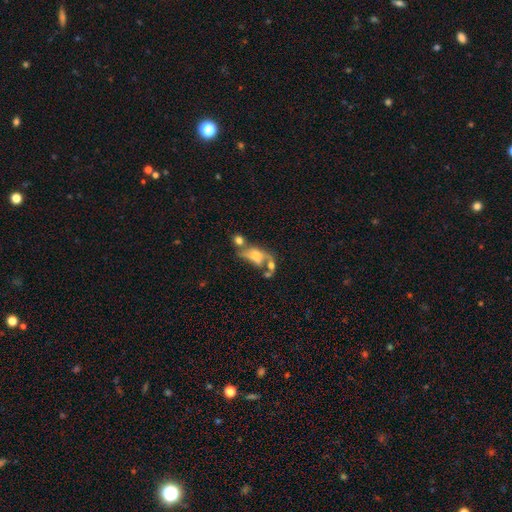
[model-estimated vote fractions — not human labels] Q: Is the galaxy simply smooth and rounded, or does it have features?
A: featured or disk — 46%.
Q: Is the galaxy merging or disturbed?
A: merger — 41%.